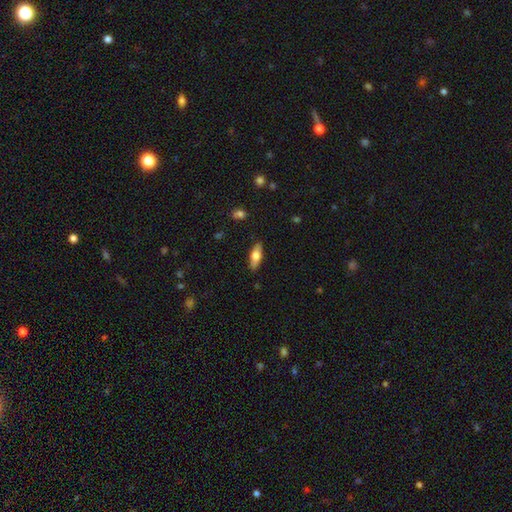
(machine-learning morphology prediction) smooth-or-featured: smooth: 60% | featured or disk: 34% | star or artifact: 6%
  how-rounded: in between: 62% | cigar-shaped: 36% | round: 2%
  merging: none: 87% | minor disturbance: 9% | major disturbance: 2% | merger: 1%